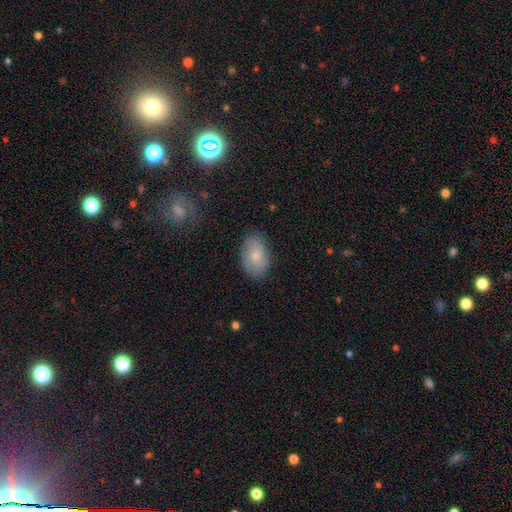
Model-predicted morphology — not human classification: smooth-or-featured: smooth: 70% | featured or disk: 23% | star or artifact: 7%
  how-rounded: in between: 88% | round: 11% | cigar-shaped: 1%
  merging: none: 80% | minor disturbance: 15% | major disturbance: 3% | merger: 1%